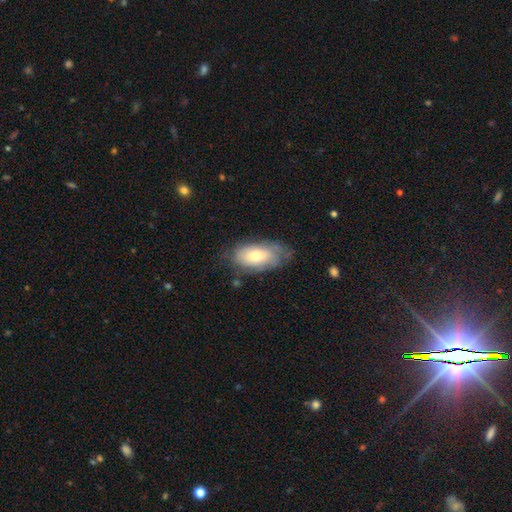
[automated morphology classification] A smooth galaxy with no disk features (59%) that is in between round and cigar-shaped (92%). Merging: none (61%).